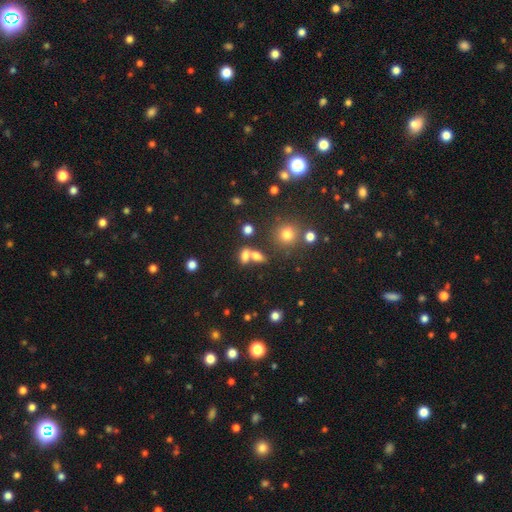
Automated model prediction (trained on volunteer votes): A smooth galaxy with no disk features (71%) that is in between round and cigar-shaped (73%). Merging: merger (48%).